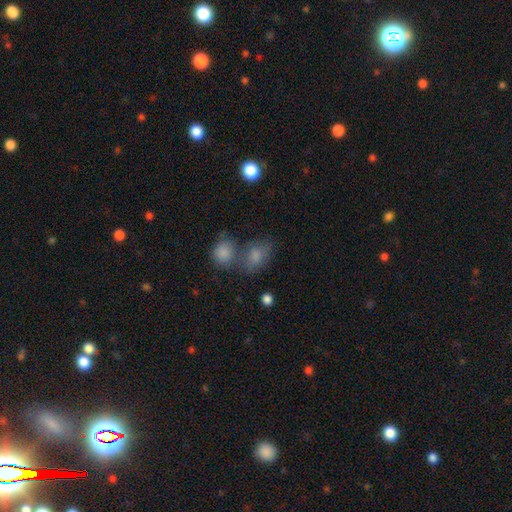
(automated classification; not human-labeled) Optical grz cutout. It shows a smooth galaxy with no disk features (79%) that is in between round and cigar-shaped (73%). Merging: none (39%).